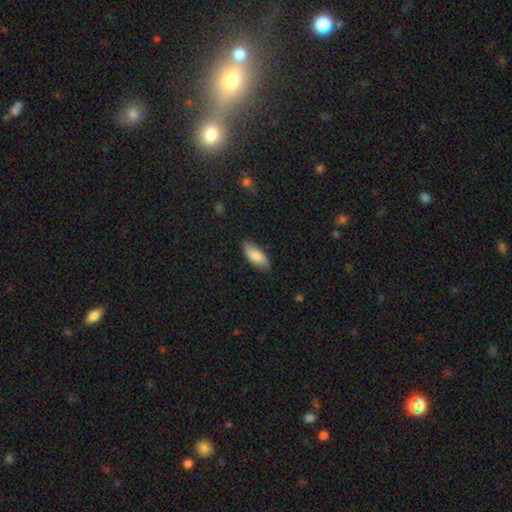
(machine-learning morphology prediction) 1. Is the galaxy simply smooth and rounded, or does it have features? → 80% smooth, 14% featured or disk, 6% star or artifact.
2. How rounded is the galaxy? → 79% in between, 19% cigar-shaped, 2% round.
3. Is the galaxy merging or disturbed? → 82% none, 14% minor disturbance, 2% major disturbance, 1% merger.